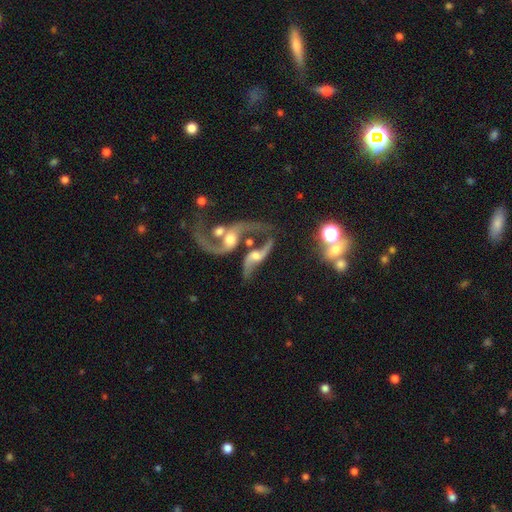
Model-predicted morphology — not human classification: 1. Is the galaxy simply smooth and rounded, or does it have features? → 81% featured or disk, 11% smooth, 8% star or artifact.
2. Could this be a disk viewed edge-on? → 93% no, 7% yes.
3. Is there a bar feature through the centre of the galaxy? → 52% no, 35% weak, 13% strong.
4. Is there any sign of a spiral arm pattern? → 90% yes, 10% no.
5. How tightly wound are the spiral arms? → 85% loose, 12% medium, 3% tight.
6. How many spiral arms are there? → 87% 2, 7% 1, 3% can't tell, 1% 3, 1% 4, 1% more than 4.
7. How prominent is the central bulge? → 53% moderate, 28% small, 9% large, 7% none, 2% dominant.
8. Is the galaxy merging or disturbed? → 56% merger, 22% none, 13% major disturbance, 9% minor disturbance.